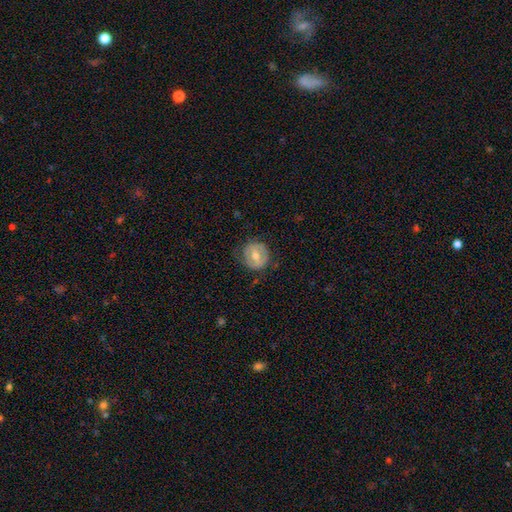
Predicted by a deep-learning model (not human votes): This appears to be a featured or disk galaxy (50%). Merging: none (77%).